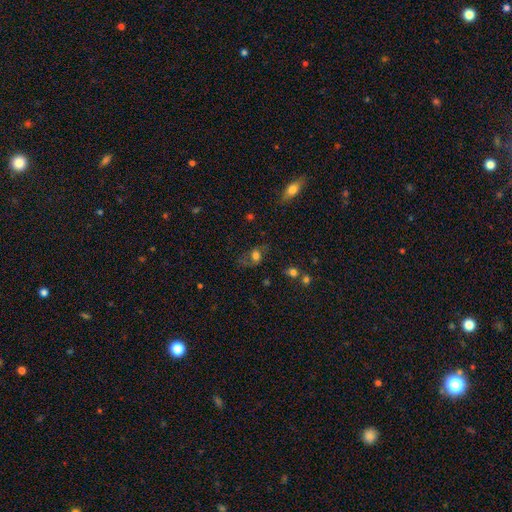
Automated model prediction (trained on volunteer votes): Smooth or featured? smooth (59%)
How rounded? in between (54%)
Merging? none (48%)